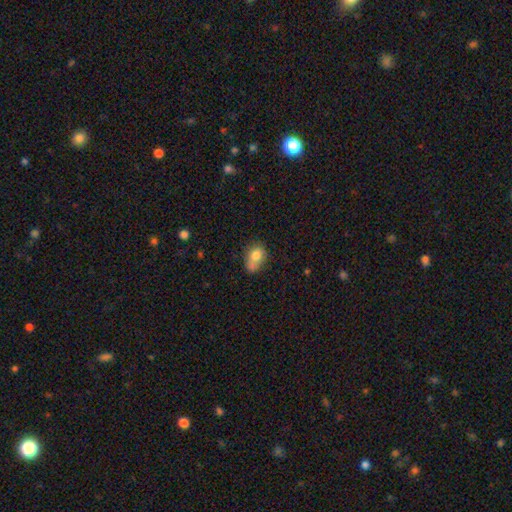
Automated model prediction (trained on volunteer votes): Morphology: type=smooth (75%); roundness=in between (62%); merging=none (39%).